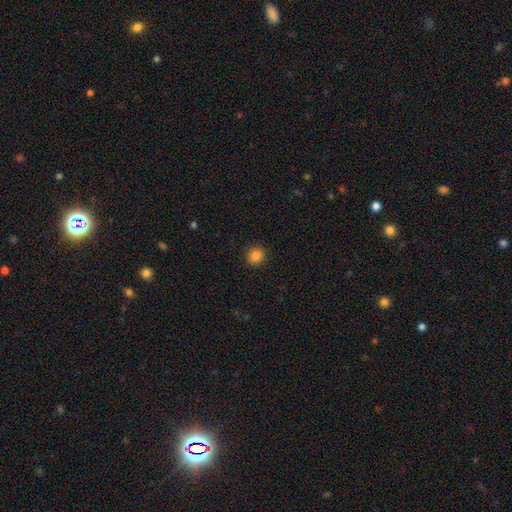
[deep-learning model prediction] The model was most divided on "how rounded": round: 85%, in between: 14%, cigar-shaped: 1%. More confident: merging — none (91%); smooth or featured — smooth (85%).